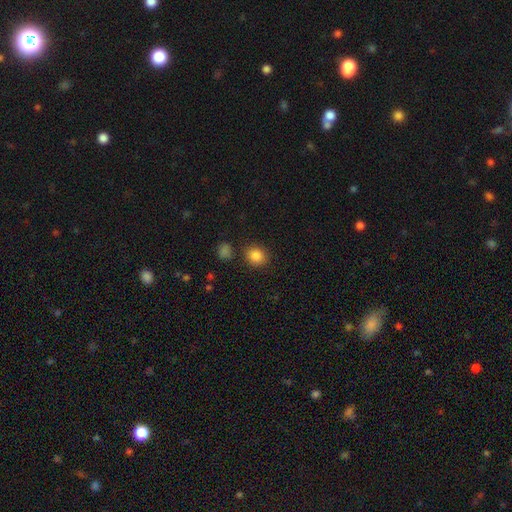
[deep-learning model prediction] smooth-or-featured: smooth: 86% | star or artifact: 10% | featured or disk: 4%
  how-rounded: round: 79% | in between: 20% | cigar-shaped: 1%
  merging: none: 83% | minor disturbance: 9% | merger: 5% | major disturbance: 3%